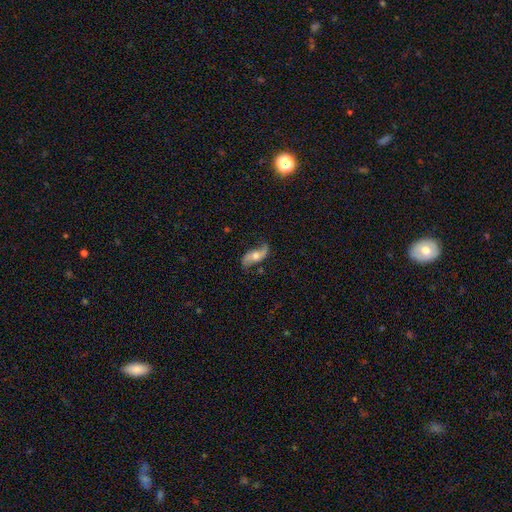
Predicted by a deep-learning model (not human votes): featured or disk 78%, smooth 16%, star or artifact 6%. Down the decision tree: edge-on disk — no (90%); bar — no (63%); spiral arms — yes (93%); spiral arm count — 2 (92%); spiral winding — loose (84%); bulge size — moderate (63%); merging — none (75%).